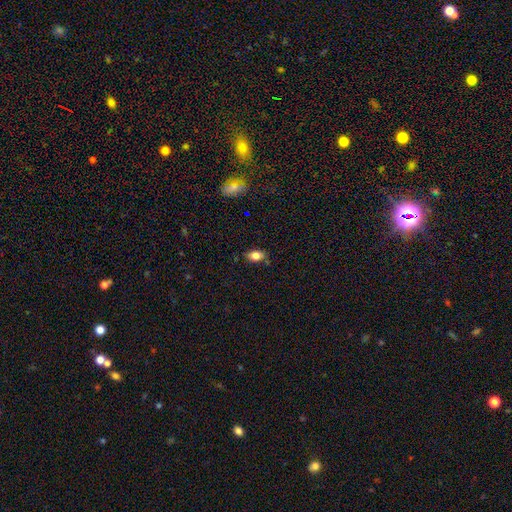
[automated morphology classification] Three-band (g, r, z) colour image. It shows a smooth galaxy with no disk features (80%) that is in between round and cigar-shaped (87%). Merging: none (79%).